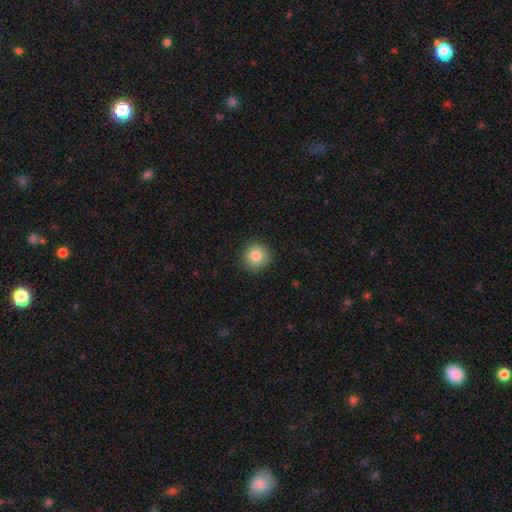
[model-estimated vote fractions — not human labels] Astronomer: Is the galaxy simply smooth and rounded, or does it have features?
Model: smooth — 83%.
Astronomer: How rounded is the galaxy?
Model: round — 92%.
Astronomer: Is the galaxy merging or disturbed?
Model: none — 89%.